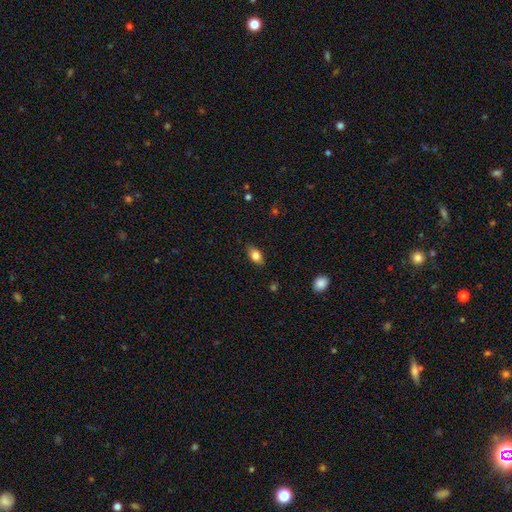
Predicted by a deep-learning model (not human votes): This is clearly a smooth galaxy (82%). How rounded: clearly in between (86%). Merging: clearly none (85%).